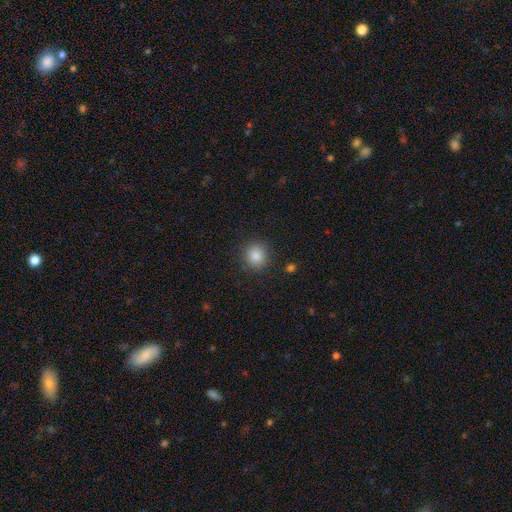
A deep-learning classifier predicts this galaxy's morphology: smooth 83%, star or artifact 11%, featured or disk 5%. Down the decision tree: how rounded — round (90%); merging — none (89%).